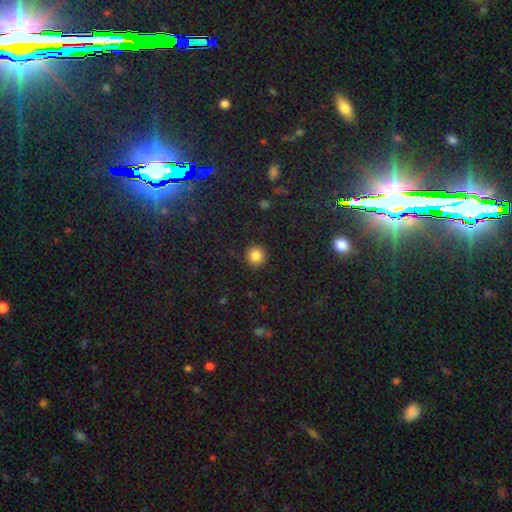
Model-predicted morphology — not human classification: Smooth or featured: smooth — 83% (star or artifact — 11%)
How rounded: round — 93% (in between — 6%)
Merging: none — 92% (minor disturbance — 5%)